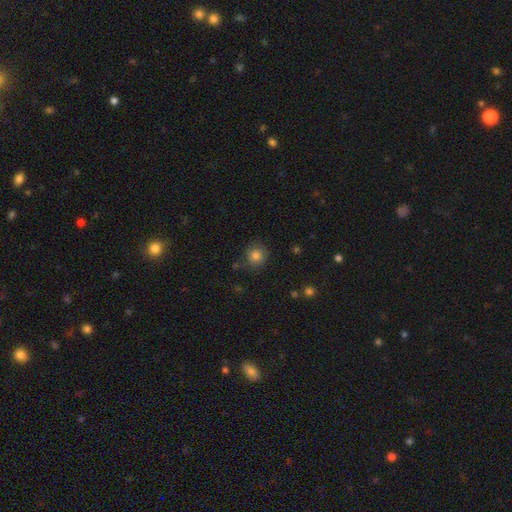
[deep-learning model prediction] The model was most divided on "merging": none: 79%, minor disturbance: 14%, major disturbance: 4%, merger: 3%. More confident: how rounded — round (89%); smooth or featured — smooth (82%).